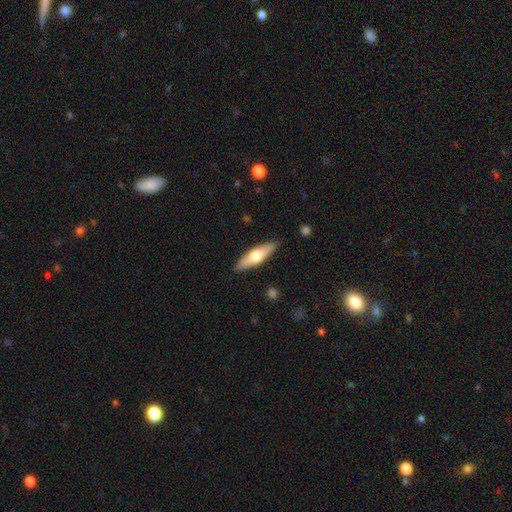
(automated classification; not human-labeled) Q: Smooth or featured?
A: smooth (54%); runner-up: featured or disk (41%)
Q: How rounded?
A: cigar-shaped (54%); runner-up: in between (44%)
Q: Merging?
A: none (88%); runner-up: minor disturbance (9%)